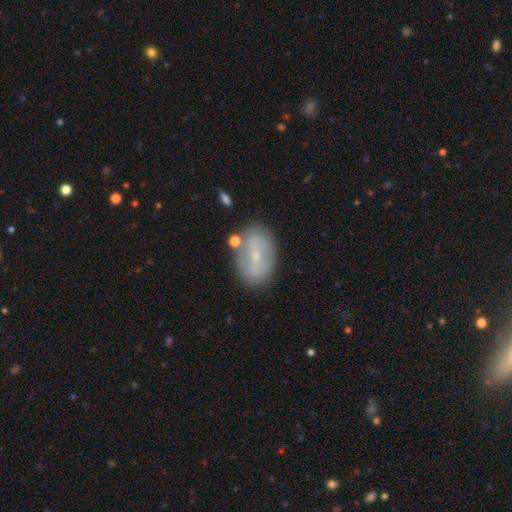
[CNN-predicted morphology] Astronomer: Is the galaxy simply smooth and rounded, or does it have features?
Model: featured or disk — 53% (runner-up: smooth, 38%).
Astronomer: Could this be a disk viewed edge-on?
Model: no — 90%.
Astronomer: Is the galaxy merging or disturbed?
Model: none — 79%.